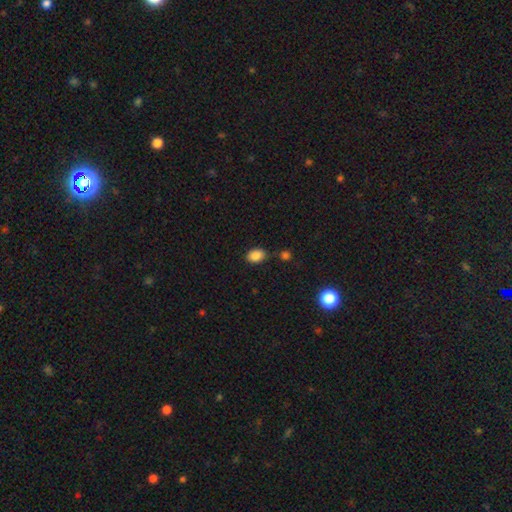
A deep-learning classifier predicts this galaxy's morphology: The model was most divided on "how rounded": in between: 79%, round: 20%, cigar-shaped: 1%. More confident: smooth or featured — smooth (86%); merging — none (77%).